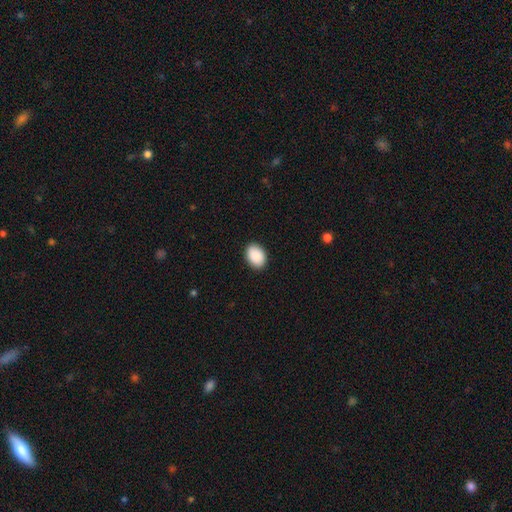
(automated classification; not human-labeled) Smooth or featured?
  - smooth: 91% *
  - star or artifact: 6%
  - featured or disk: 3%
How rounded?
  - in between: 81% *
  - round: 18%
  - cigar-shaped: 1%
Merging?
  - none: 89% *
  - minor disturbance: 8%
  - major disturbance: 2%
  - merger: 1%